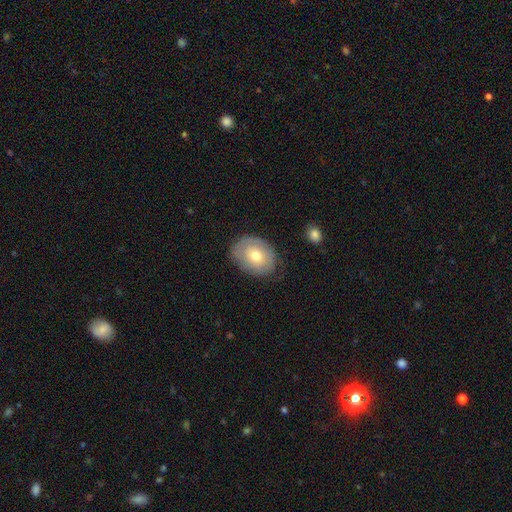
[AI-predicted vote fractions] The model was most divided on "how rounded": in between: 61%, round: 38%, cigar-shaped: 1%. More confident: merging — none (72%); smooth or featured — smooth (62%).